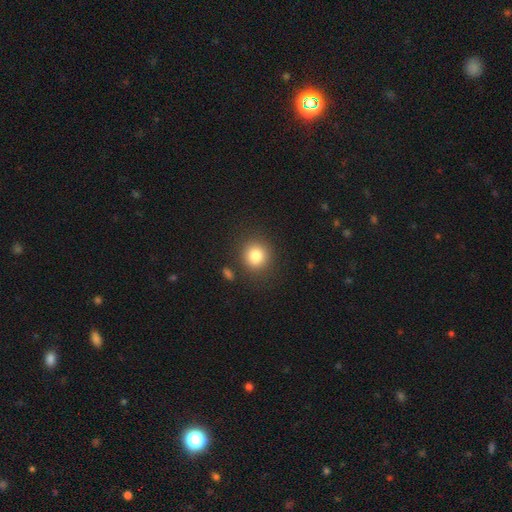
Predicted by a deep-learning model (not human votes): smooth 82%, star or artifact 11%, featured or disk 7%. Down the decision tree: how rounded — round (89%); merging — none (86%).